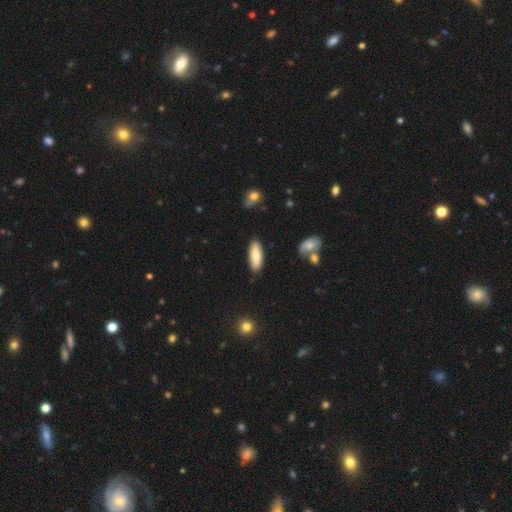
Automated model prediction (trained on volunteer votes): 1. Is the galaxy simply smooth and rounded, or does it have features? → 81% smooth, 13% featured or disk, 6% star or artifact.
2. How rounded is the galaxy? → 61% in between, 37% cigar-shaped, 2% round.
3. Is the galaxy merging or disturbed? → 85% none, 11% minor disturbance, 2% major disturbance, 2% merger.